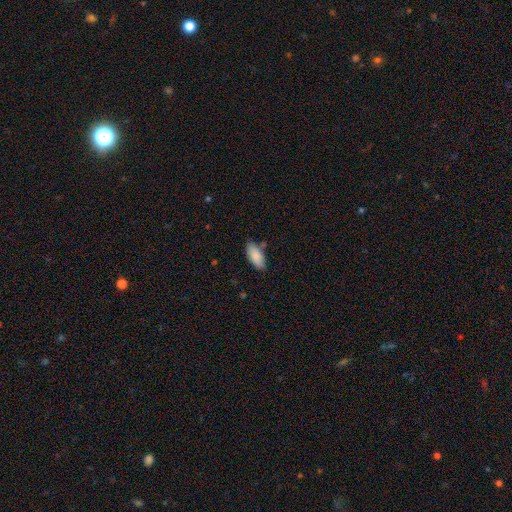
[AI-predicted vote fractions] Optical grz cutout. It shows a smooth galaxy with no disk features (88%) that is in between round and cigar-shaped (87%). Merging: none (79%).